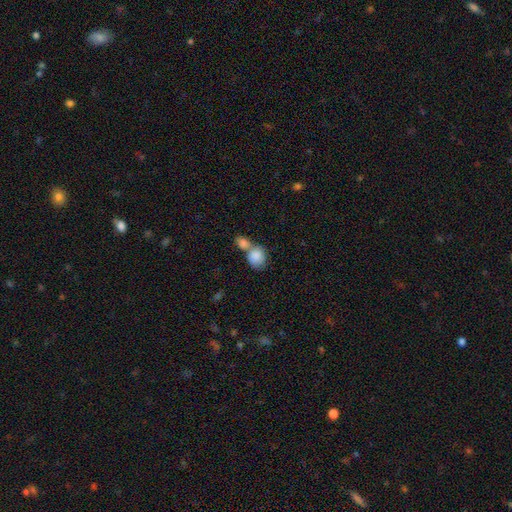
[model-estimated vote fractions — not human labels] smooth 85%, featured or disk 8%, star or artifact 7%. Down the decision tree: how rounded — round (58%); merging — merger (66%).